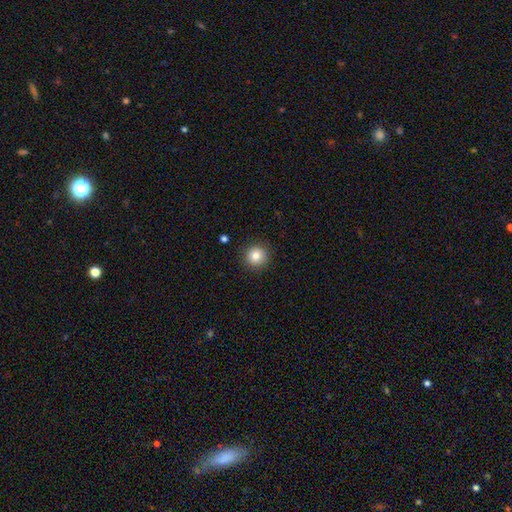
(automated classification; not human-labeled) A smooth galaxy with no disk features (83%) that is round (95%).

Vote fractions:
- Smooth or featured? smooth: 83% / star or artifact: 10% / featured or disk: 7%
- How rounded? round: 95% / in between: 4% / cigar-shaped: 1%
- Merging? none: 91% / minor disturbance: 6% / major disturbance: 2% / merger: 1%